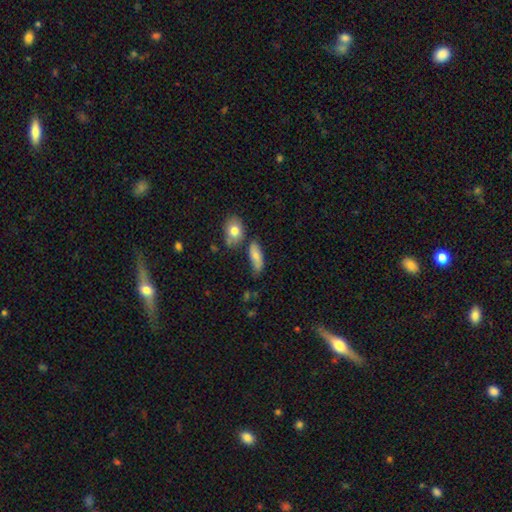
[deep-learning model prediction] Smooth or featured? smooth (71%)
How rounded? in between (73%)
Merging? none (54%)